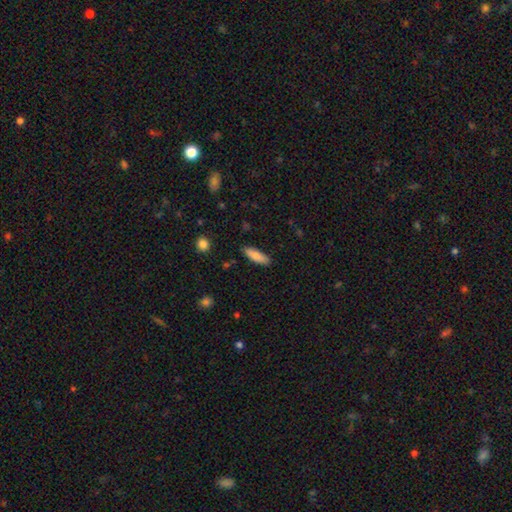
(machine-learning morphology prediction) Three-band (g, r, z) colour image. It shows a smooth galaxy with no disk features (85%) that is cigar-shaped (49%, tied with in between). Merging: none (86%).